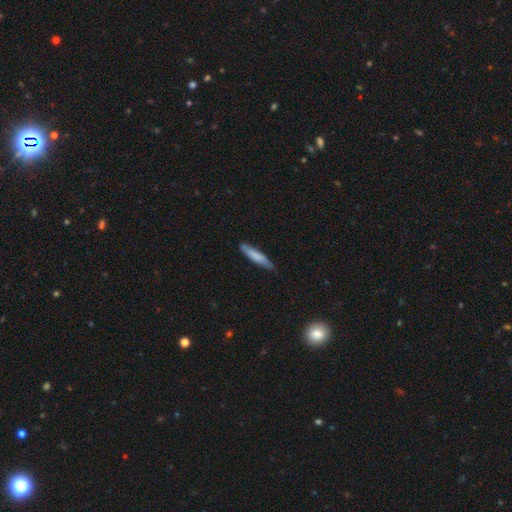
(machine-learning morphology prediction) smooth_or_featured: smooth (p=0.71) [alt: featured or disk p=0.23]
how_rounded: cigar-shaped (p=0.88) [alt: in between p=0.10]
merging: none (p=0.74) [alt: minor disturbance p=0.22]